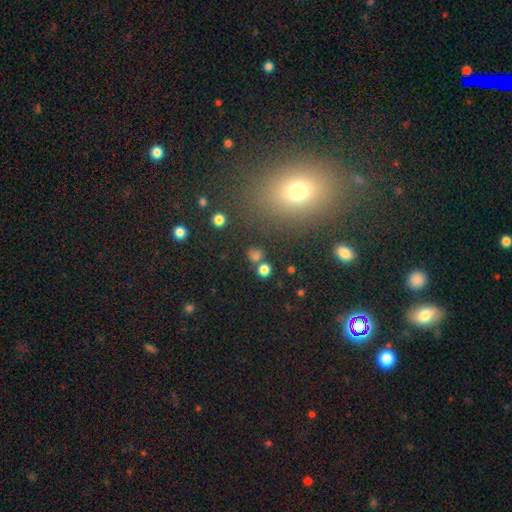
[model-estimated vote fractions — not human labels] This appears to be a smooth galaxy with no disk features (71%) that is round (77%). Merging: none (76%).